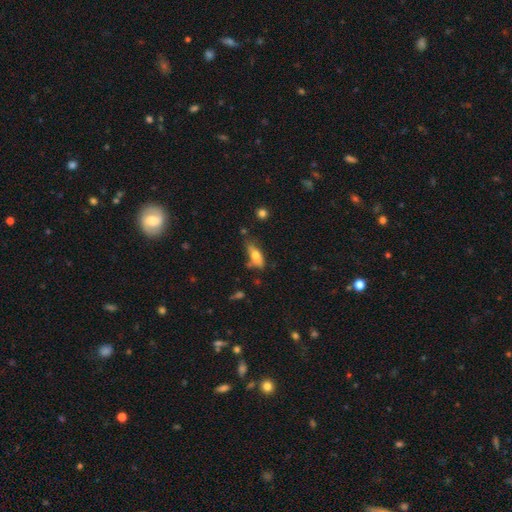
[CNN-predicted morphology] Smooth or featured? smooth (69%)
How rounded? in between (70%)
Merging? none (52%)